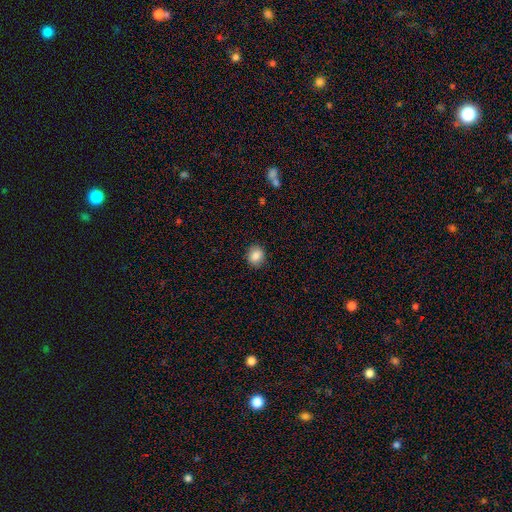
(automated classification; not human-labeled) Smooth or featured: smooth — 86% (star or artifact — 9%)
How rounded: round — 70% (in between — 30%)
Merging: none — 88% (minor disturbance — 9%)